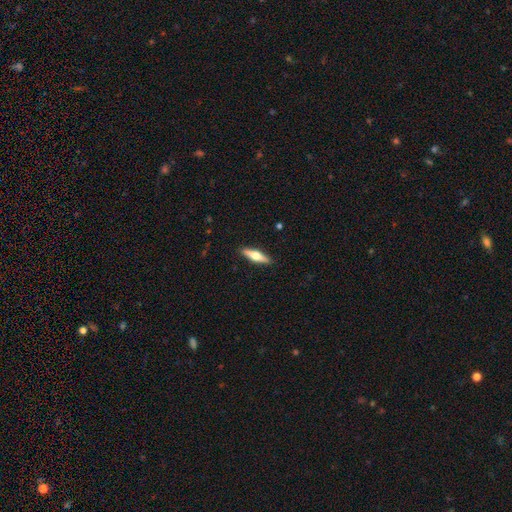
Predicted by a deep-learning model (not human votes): Smooth or featured: featured or disk — 51% (smooth — 44%)
Edge-on disk: yes — 94% (no — 6%)
Merging: none — 90% (minor disturbance — 7%)